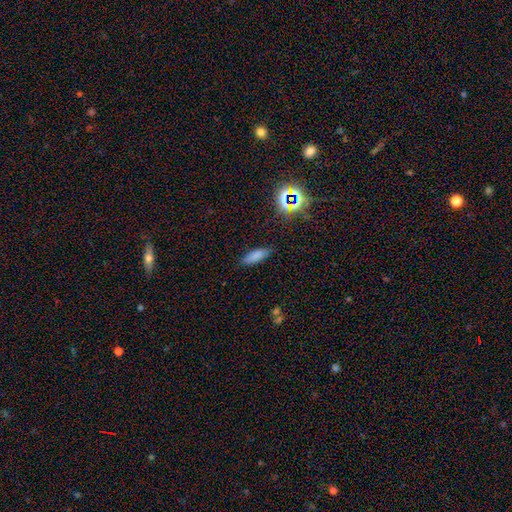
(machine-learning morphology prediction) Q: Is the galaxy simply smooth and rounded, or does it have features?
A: smooth — 78%.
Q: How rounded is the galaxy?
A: in between — 63%.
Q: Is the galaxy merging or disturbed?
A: none — 84%.